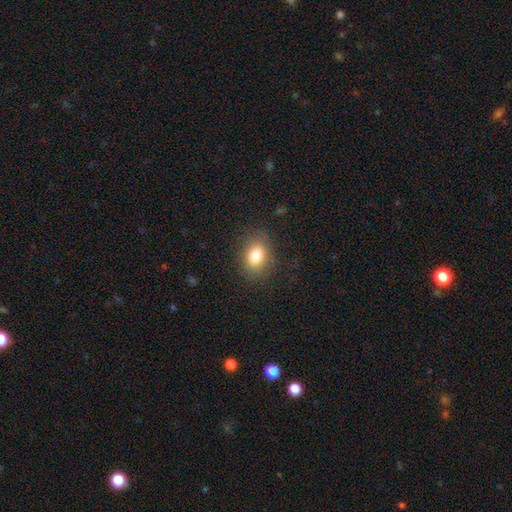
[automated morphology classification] The model was most divided on "how rounded": in between: 72%, round: 27%, cigar-shaped: 1%. More confident: smooth or featured — smooth (82%); merging — none (82%).